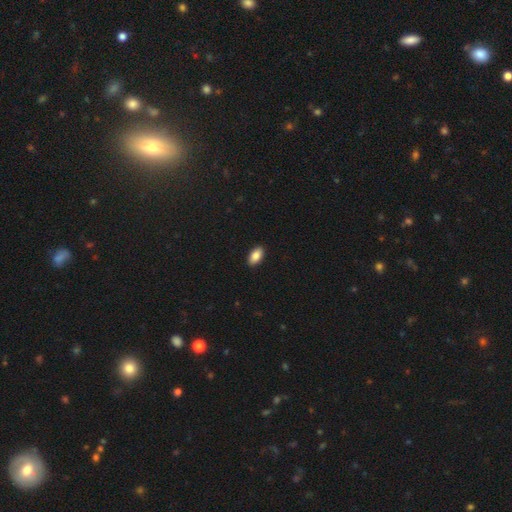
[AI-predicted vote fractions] Overall: smooth (87%). How rounded: in between (93%). Merging: none (91%).